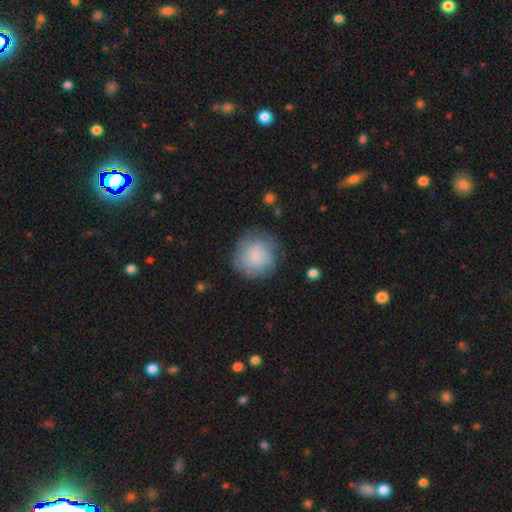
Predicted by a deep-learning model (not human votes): Smooth or featured? Predicted: smooth (p=0.65). How rounded? Predicted: round (p=0.91). Merging? Predicted: none (p=0.72).